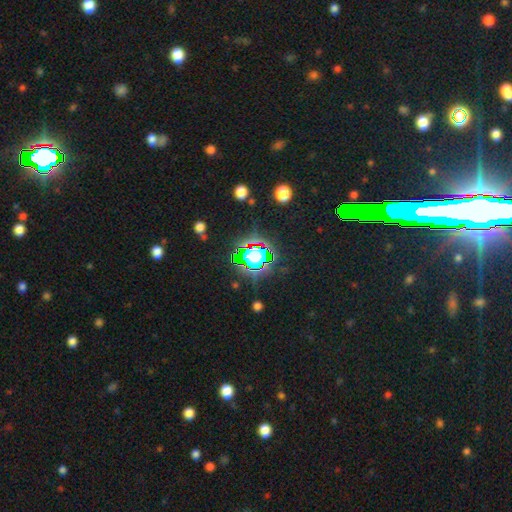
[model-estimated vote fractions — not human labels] The model was most divided on "smooth or featured": star or artifact: 66%, smooth: 22%, featured or disk: 13%.